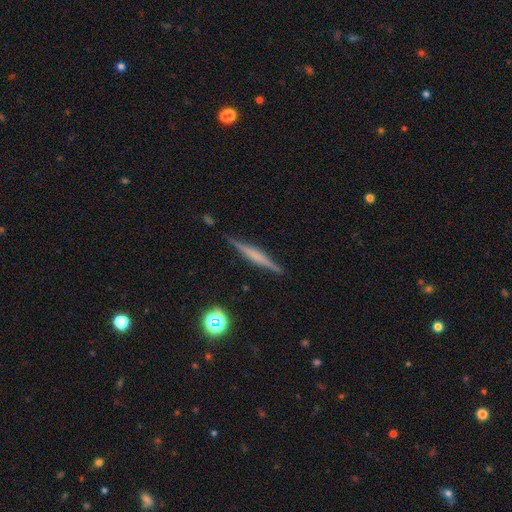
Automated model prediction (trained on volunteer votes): Smooth or featured?
  - featured or disk: 63% *
  - smooth: 29%
  - star or artifact: 8%
Edge-on disk?
  - yes: 98% *
  - no: 2%
Edge-on bulge?
  - none: 36% *
  - rounded: 34%
  - boxy: 30%
Merging?
  - none: 89% *
  - minor disturbance: 8%
  - major disturbance: 2%
  - merger: 1%